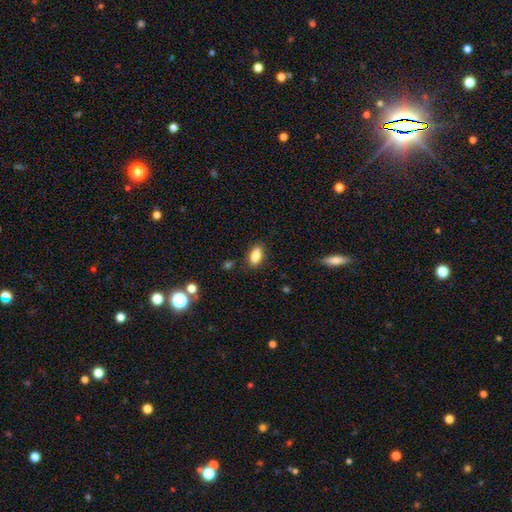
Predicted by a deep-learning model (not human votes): Overall: smooth (86%). How rounded: in between (89%). Merging: none (85%).